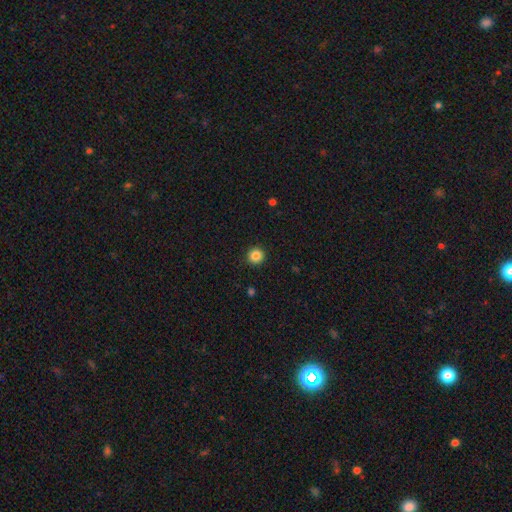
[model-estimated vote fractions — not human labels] The model was most divided on "smooth or featured": smooth: 85%, star or artifact: 11%, featured or disk: 4%. More confident: how rounded — round (95%); merging — none (93%).